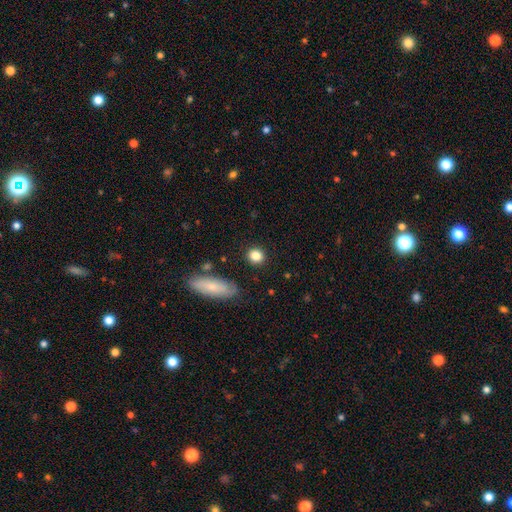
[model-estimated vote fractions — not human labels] smooth 85%, star or artifact 9%, featured or disk 6%. Down the decision tree: how rounded — round (83%); merging — none (89%).